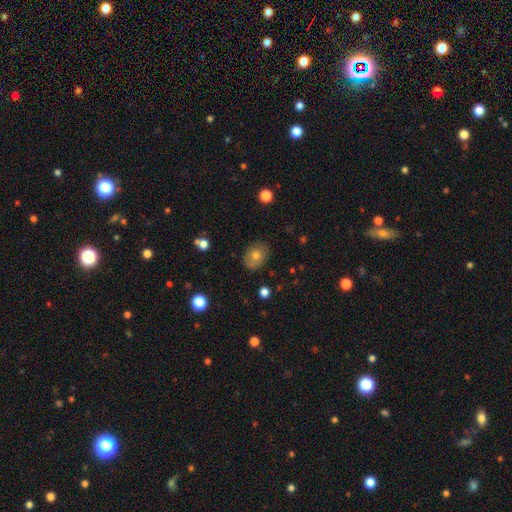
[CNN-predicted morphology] smooth_or_featured: smooth (p=0.70) [alt: featured or disk p=0.19]
how_rounded: in between (p=0.62) [alt: round p=0.37]
merging: none (p=0.81) [alt: minor disturbance p=0.14]